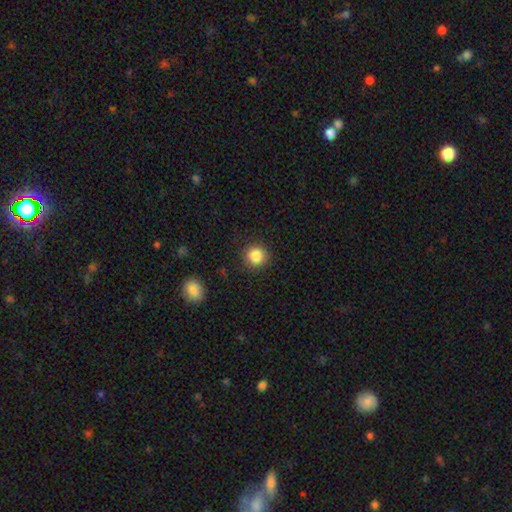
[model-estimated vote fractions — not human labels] Smooth or featured: smooth — 86% (star or artifact — 10%)
How rounded: round — 93% (in between — 6%)
Merging: none — 89% (minor disturbance — 7%)